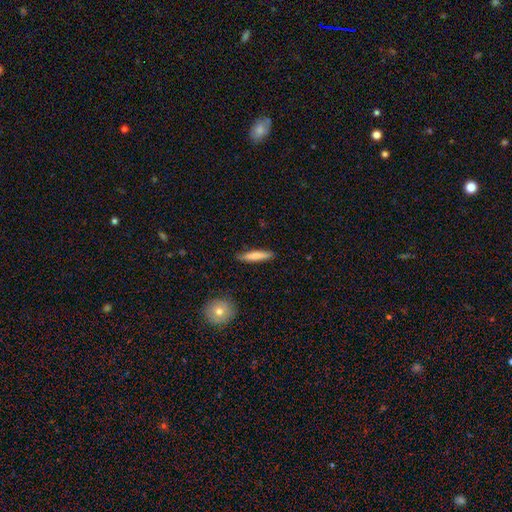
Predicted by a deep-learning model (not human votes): Smooth or featured? smooth (72%)
How rounded? cigar-shaped (84%)
Merging? none (88%)